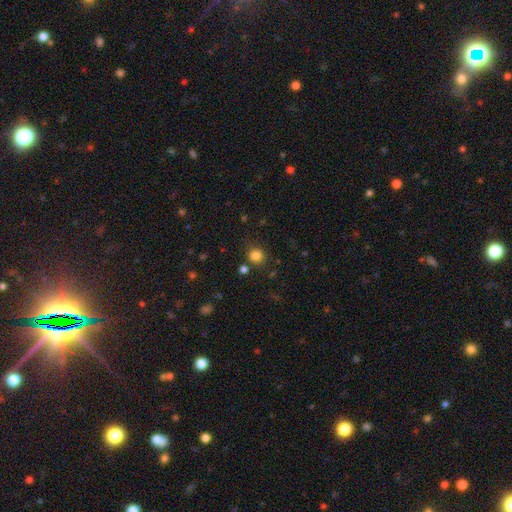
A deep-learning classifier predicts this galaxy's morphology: smooth 82%, star or artifact 13%, featured or disk 4%. Down the decision tree: how rounded — round (76%); merging — none (78%).